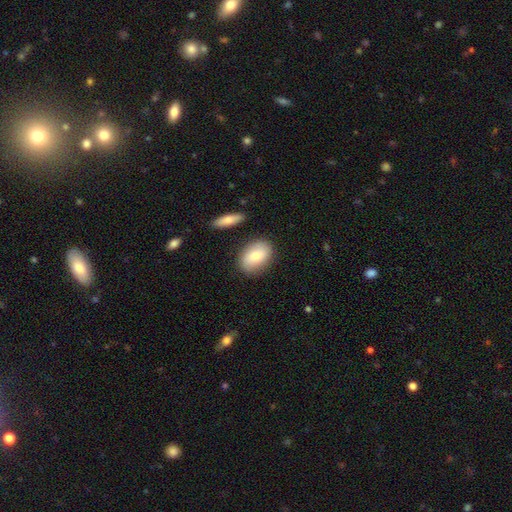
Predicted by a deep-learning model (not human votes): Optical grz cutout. It shows a smooth galaxy with no disk features (76%) that is in between round and cigar-shaped (83%). Merging: none (82%).